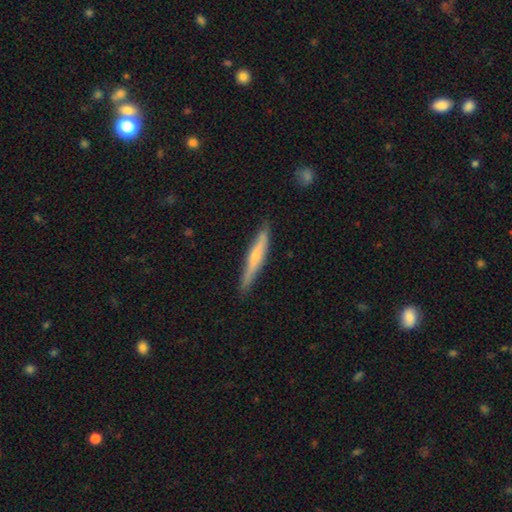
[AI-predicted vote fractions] Smooth or featured?
  - featured or disk: 52% *
  - smooth: 42%
  - star or artifact: 6%
Edge-on disk?
  - yes: 94% *
  - no: 6%
Merging?
  - none: 85% *
  - minor disturbance: 12%
  - major disturbance: 2%
  - merger: 1%